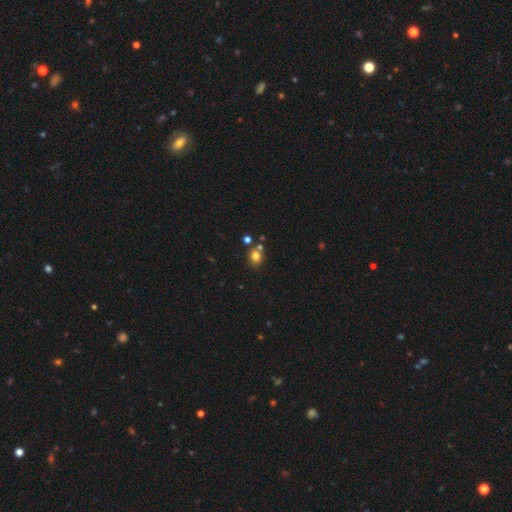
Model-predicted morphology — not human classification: The model was most divided on "how rounded": round: 74%, in between: 25%, cigar-shaped: 1%. More confident: smooth or featured — smooth (78%); merging — none (69%).